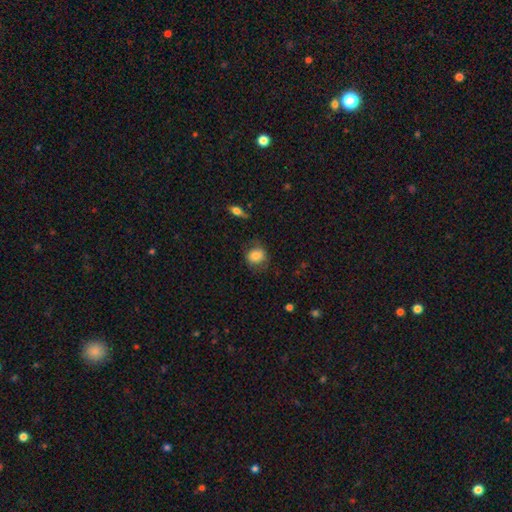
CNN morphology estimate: A smooth galaxy with no disk features (80%) that is round (67%).

Vote fractions:
- Smooth or featured? smooth: 80% / featured or disk: 12% / star or artifact: 8%
- How rounded? round: 67% / in between: 32% / cigar-shaped: 1%
- Merging? none: 68% / minor disturbance: 21% / major disturbance: 9% / merger: 2%